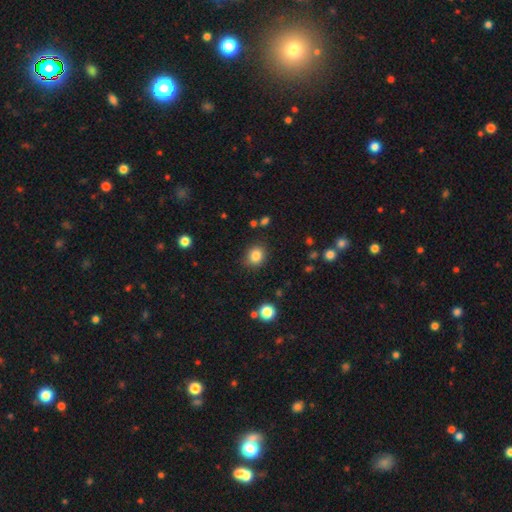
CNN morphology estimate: This is clearly a smooth galaxy (84%). How rounded: likely round (72%). Merging: clearly none (85%).